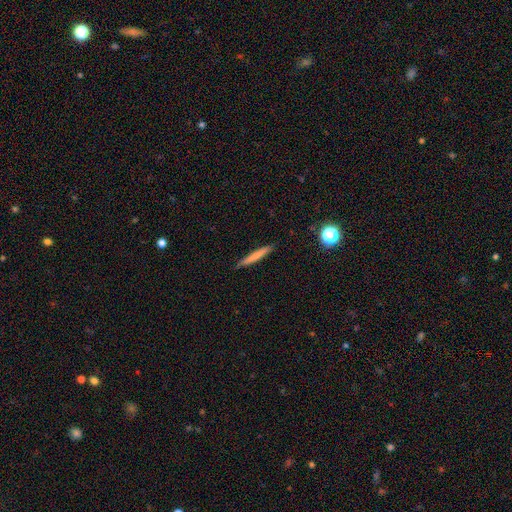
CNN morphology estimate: Smooth or featured? Predicted: smooth (p=0.70). How rounded? Predicted: cigar-shaped (p=0.96). Merging? Predicted: none (p=0.88).